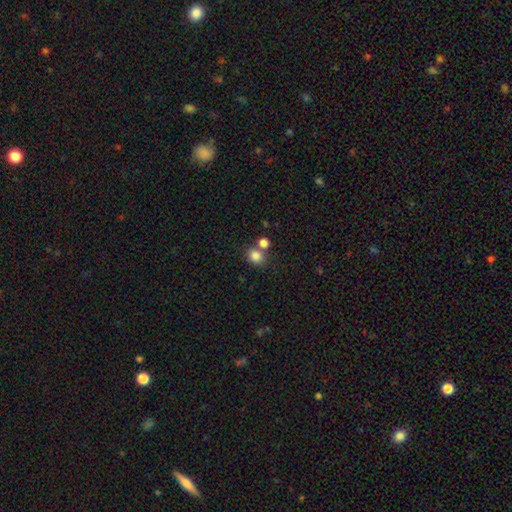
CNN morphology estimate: type=smooth (83%); roundness=round (71%); merging=none (59%).